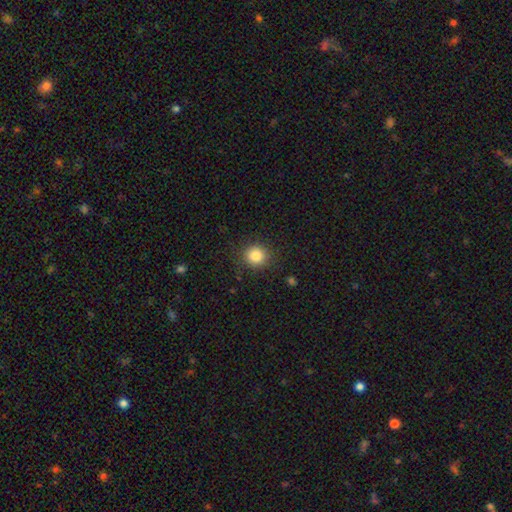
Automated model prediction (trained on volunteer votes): Smooth or featured? Predicted: smooth (p=0.84). How rounded? Predicted: round (p=0.88). Merging? Predicted: none (p=0.88).